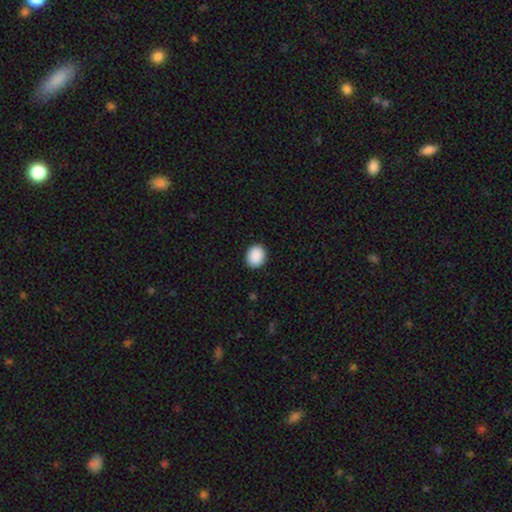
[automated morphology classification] Q: Smooth or featured?
A: smooth (91%); runner-up: star or artifact (7%)
Q: How rounded?
A: round (62%); runner-up: in between (37%)
Q: Merging?
A: none (91%); runner-up: minor disturbance (6%)